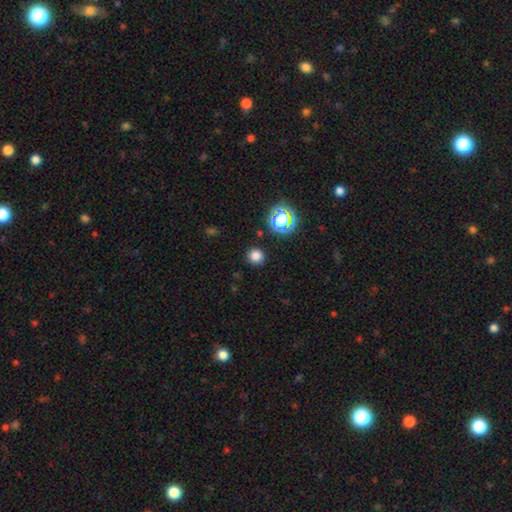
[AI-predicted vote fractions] Smooth or featured? Predicted: smooth (p=0.78). How rounded? Predicted: round (p=0.93). Merging? Predicted: none (p=0.90).